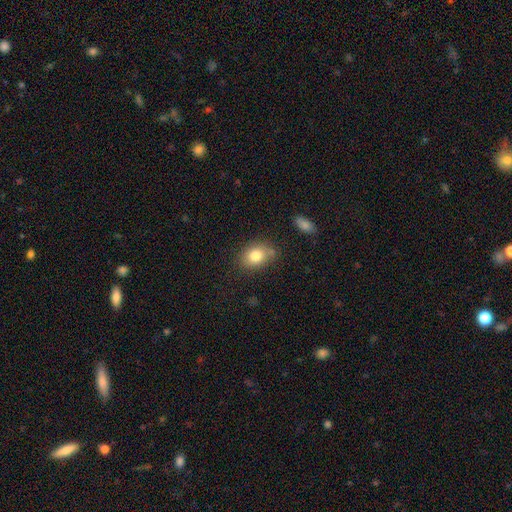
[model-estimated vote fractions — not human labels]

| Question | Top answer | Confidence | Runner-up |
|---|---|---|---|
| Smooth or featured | smooth | 80% | featured or disk (11%) |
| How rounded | in between | 65% | round (34%) |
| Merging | none | 72% | minor disturbance (19%) |